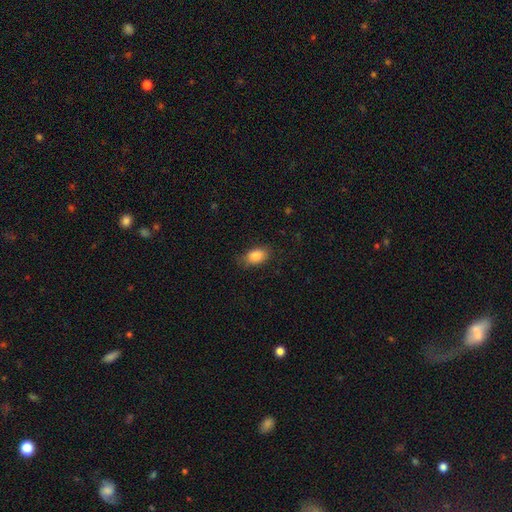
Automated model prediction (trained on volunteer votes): smooth_or_featured: smooth (p=0.87) [alt: star or artifact p=0.08]
how_rounded: in between (p=0.88) [alt: round p=0.10]
merging: none (p=0.76) [alt: minor disturbance p=0.18]